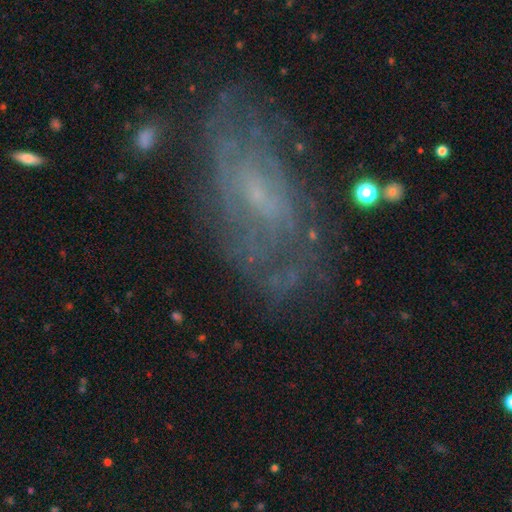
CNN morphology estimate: This appears to be a featured or disk galaxy (72%) with no bar (56%), spiral arms (69%) and a small central bulge (70%). Merging: none (64%).